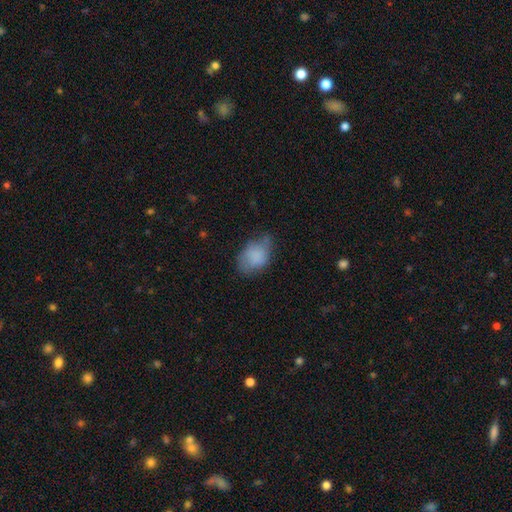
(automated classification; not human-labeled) Smooth or featured? Predicted: smooth (p=0.79). How rounded? Predicted: in between (p=0.81). Merging? Predicted: none (p=0.50).